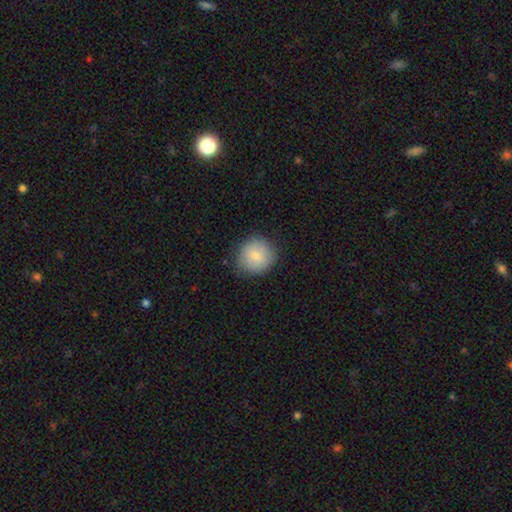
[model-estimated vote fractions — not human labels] A smooth galaxy with no disk features (78%) that is round (89%).

Vote fractions:
- Smooth or featured? smooth: 78% / featured or disk: 15% / star or artifact: 7%
- How rounded? round: 89% / in between: 10% / cigar-shaped: 1%
- Merging? none: 81% / minor disturbance: 15% / major disturbance: 4% / merger: 1%